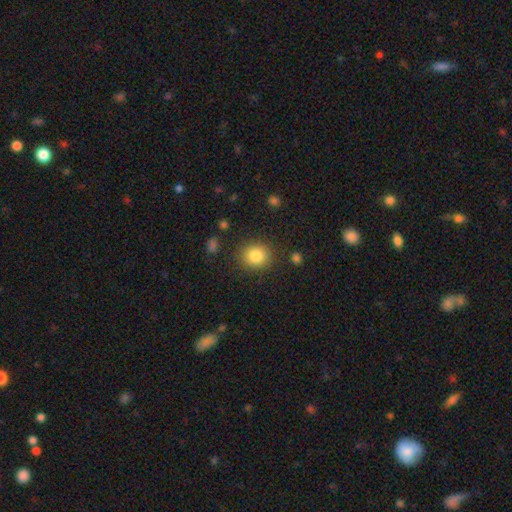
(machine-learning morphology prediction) type=smooth (83%); roundness=round (78%); merging=none (86%).